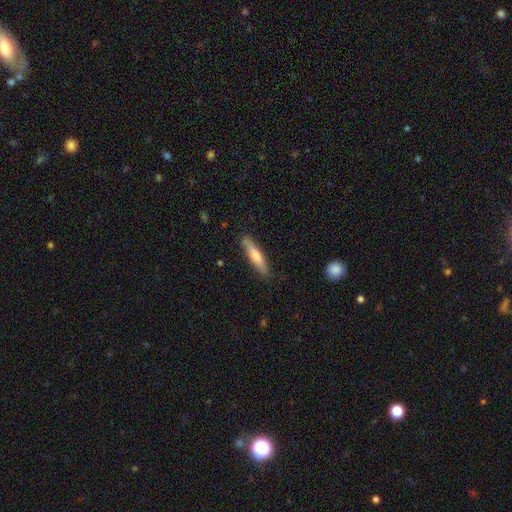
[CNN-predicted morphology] type=smooth (61%); roundness=cigar-shaped (84%); merging=none (84%).